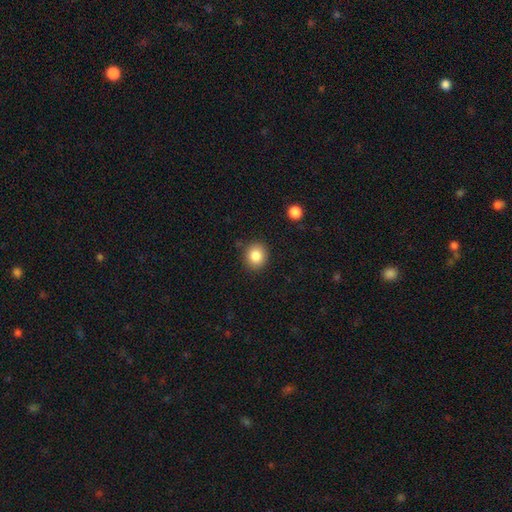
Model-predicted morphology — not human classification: A smooth galaxy with no disk features (85%) that is round (81%). Merging: none (87%).